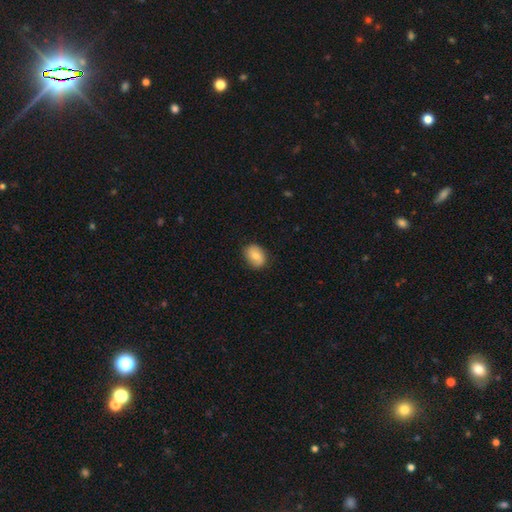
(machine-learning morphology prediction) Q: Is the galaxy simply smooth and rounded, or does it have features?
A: smooth — 78%.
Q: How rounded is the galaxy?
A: in between — 64%.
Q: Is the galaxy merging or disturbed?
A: none — 82%.